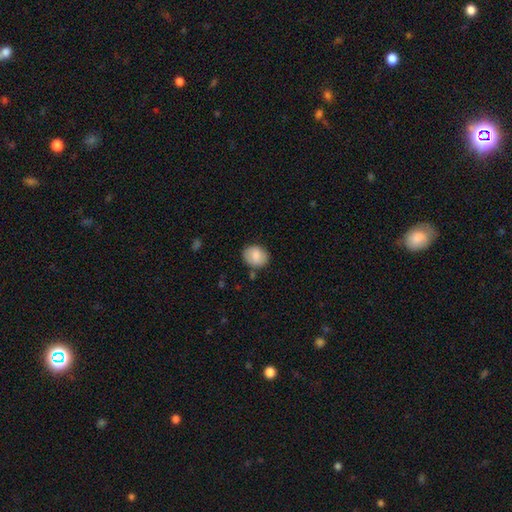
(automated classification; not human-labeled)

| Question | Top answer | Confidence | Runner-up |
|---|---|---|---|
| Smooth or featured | smooth | 85% | featured or disk (8%) |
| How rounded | round | 59% | in between (40%) |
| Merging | none | 80% | minor disturbance (14%) |